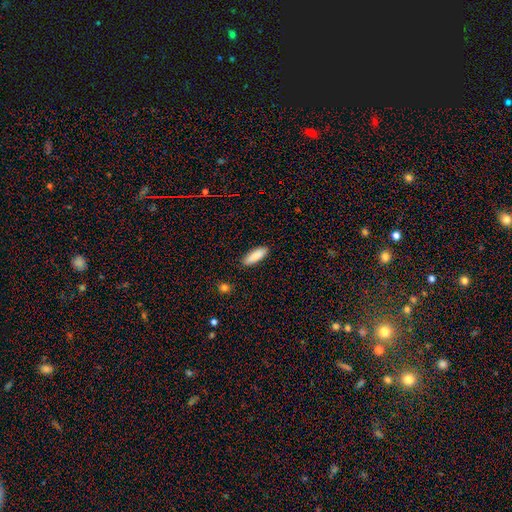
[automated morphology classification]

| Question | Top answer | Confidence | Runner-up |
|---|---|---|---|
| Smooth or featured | smooth | 88% | star or artifact (6%) |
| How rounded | in between | 56% | cigar-shaped (43%) |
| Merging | none | 90% | minor disturbance (8%) |